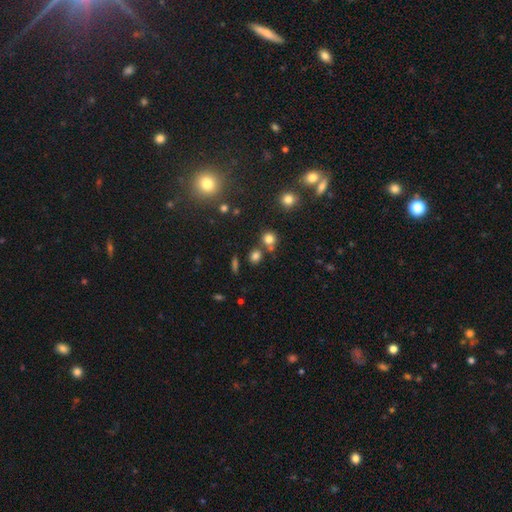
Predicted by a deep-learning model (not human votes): Morphology: type=smooth (75%); roundness=round (77%); merging=none (65%).